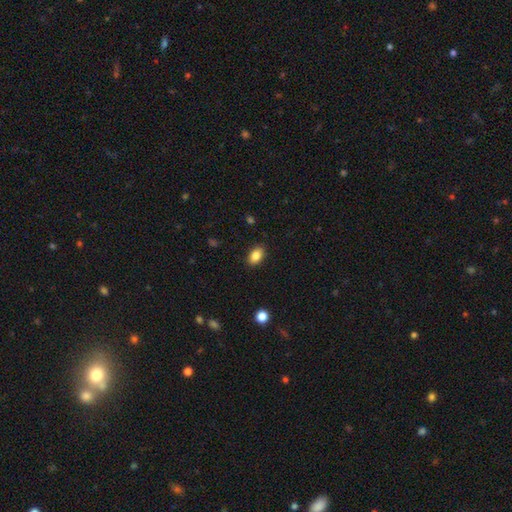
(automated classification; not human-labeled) Smooth or featured? Predicted: smooth (p=0.86). How rounded? Predicted: in between (p=0.86). Merging? Predicted: none (p=0.88).